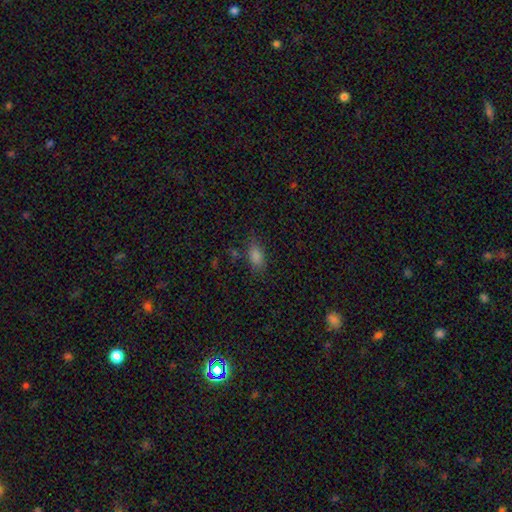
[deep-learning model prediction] smooth-or-featured: smooth: 78% | star or artifact: 15% | featured or disk: 7%
  how-rounded: in between: 84% | cigar-shaped: 9% | round: 7%
  merging: none: 75% | minor disturbance: 17% | major disturbance: 5% | merger: 3%